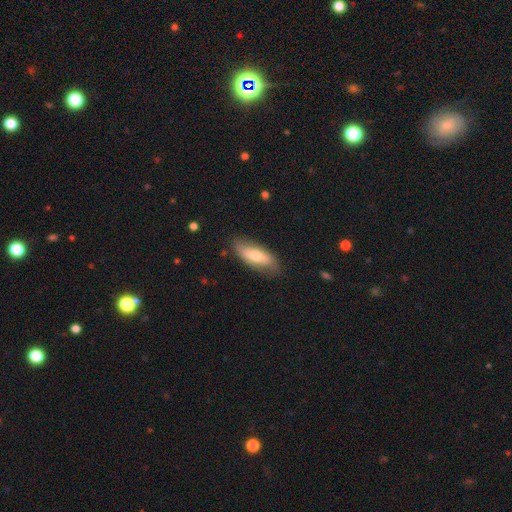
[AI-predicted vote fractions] This appears to be a smooth galaxy with no disk features (60%) that is in between round and cigar-shaped (74%). Merging: none (79%).